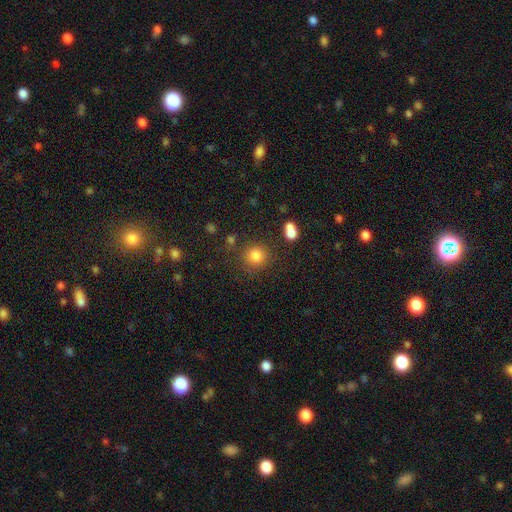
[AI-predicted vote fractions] Morphology: type=smooth (82%); roundness=round (89%); merging=none (80%).